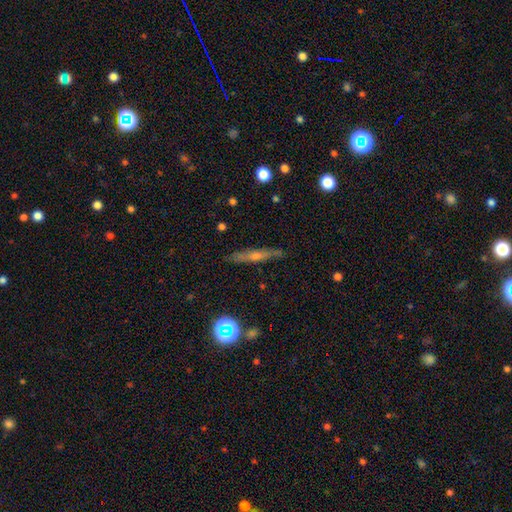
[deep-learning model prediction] A featured or disk galaxy (56%) viewed edge-on (92%) with a rounded central bulge (66%).

Vote fractions:
- Smooth or featured? featured or disk: 56% / smooth: 33% / star or artifact: 11%
- Edge-on disk? yes: 92% / no: 8%
- Edge-on bulge? rounded: 66% / none: 26% / boxy: 8%
- Merging? none: 87% / minor disturbance: 9% / major disturbance: 2% / merger: 2%